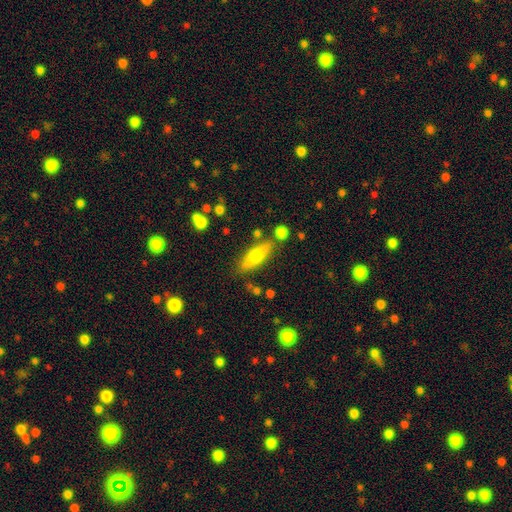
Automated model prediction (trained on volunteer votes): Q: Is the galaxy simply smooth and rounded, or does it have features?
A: smooth — 62%.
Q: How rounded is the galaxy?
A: cigar-shaped — 50%.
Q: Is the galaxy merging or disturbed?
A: none — 78%.